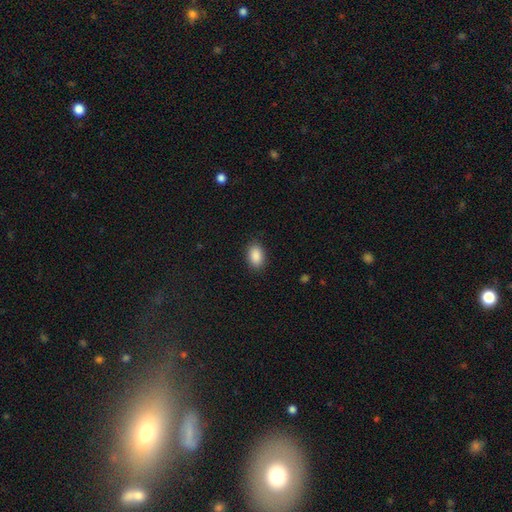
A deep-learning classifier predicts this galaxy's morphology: Smooth or featured: smooth — 90% (star or artifact — 7%)
How rounded: in between — 88% (round — 10%)
Merging: none — 88% (minor disturbance — 9%)